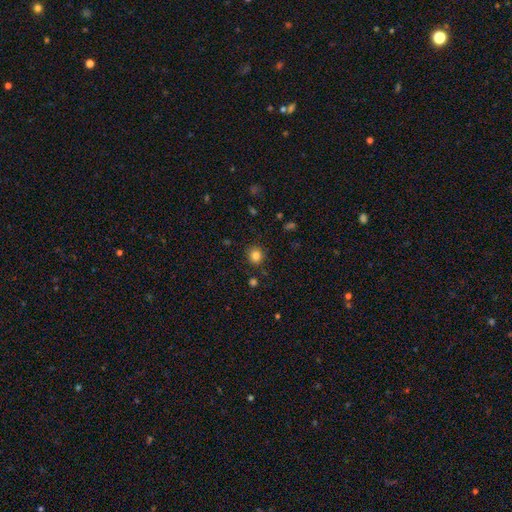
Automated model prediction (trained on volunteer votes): A smooth galaxy with no disk features (83%) that is round (86%). Merging: none (88%).